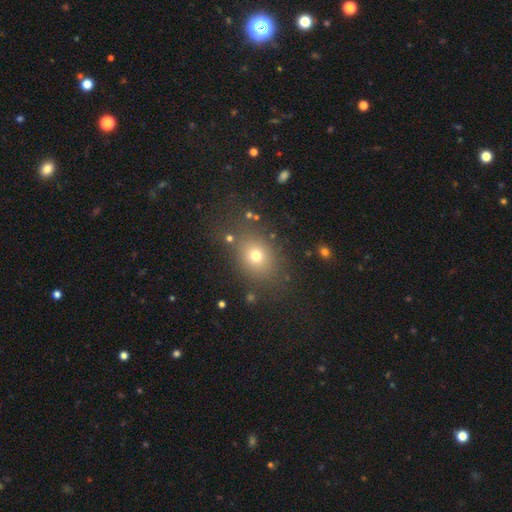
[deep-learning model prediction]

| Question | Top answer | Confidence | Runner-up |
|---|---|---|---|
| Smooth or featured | smooth | 71% | star or artifact (18%) |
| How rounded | in between | 50% | round (48%) |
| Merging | none | 76% | minor disturbance (12%) |